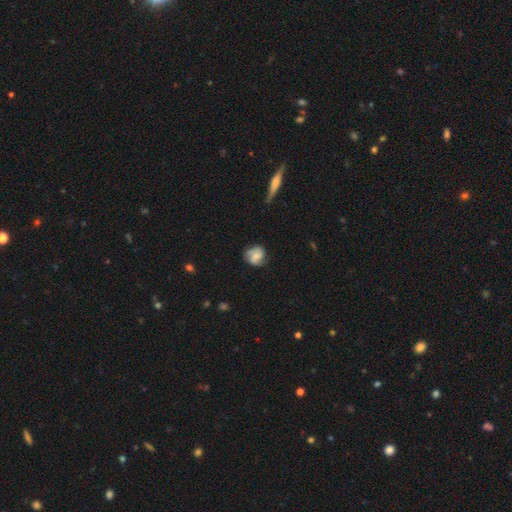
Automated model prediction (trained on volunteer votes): Smooth or featured? featured or disk (54%)
Edge-on disk? no (97%)
Bar? no (53%)
Spiral arms? yes (88%)
Bulge size? small (42%)
Merging? none (66%)